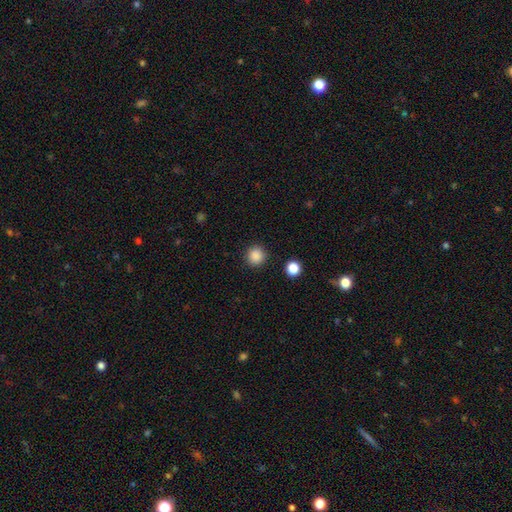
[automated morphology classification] Smooth or featured? smooth (87%)
How rounded? round (94%)
Merging? none (91%)